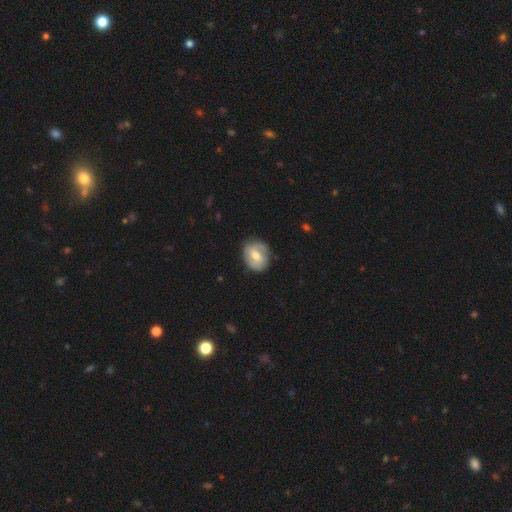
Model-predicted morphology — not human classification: smooth 48%, featured or disk 46%, star or artifact 6%. Down the decision tree: merging — none (75%).